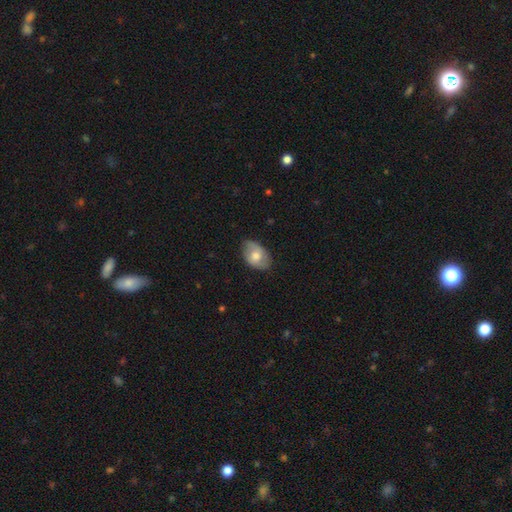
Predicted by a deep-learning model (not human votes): Morphology: type=smooth (60%); roundness=in between (86%); merging=none (73%).